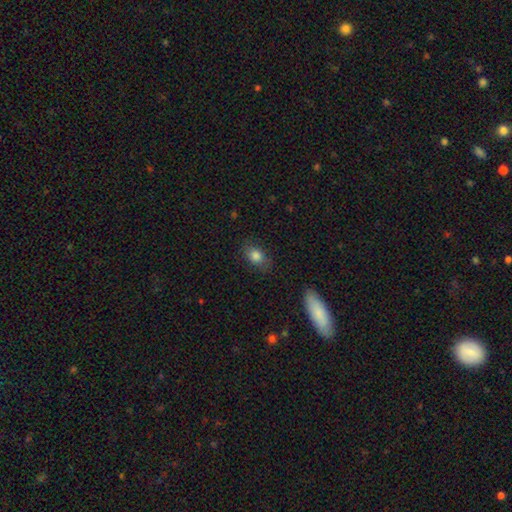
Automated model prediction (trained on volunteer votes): Smooth or featured? smooth (83%)
How rounded? in between (79%)
Merging? none (80%)